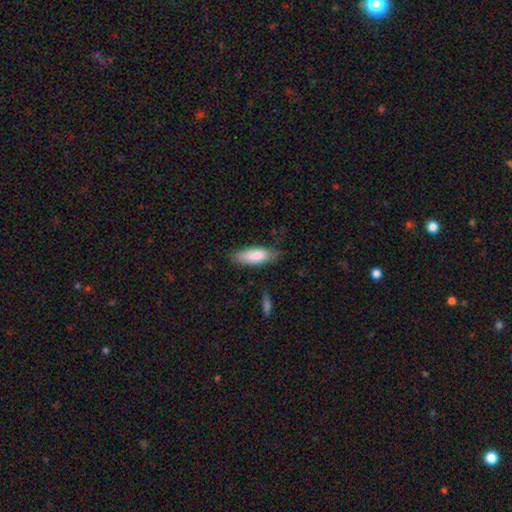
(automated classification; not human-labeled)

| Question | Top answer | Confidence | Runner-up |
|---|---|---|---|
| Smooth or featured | smooth | 83% | featured or disk (11%) |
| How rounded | in between | 68% | cigar-shaped (30%) |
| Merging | none | 72% | minor disturbance (21%) |